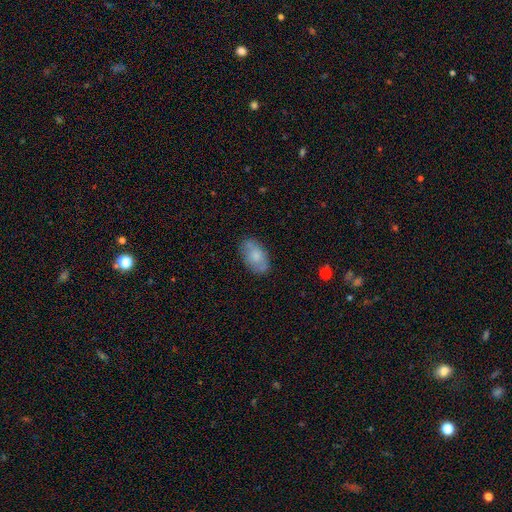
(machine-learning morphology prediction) smooth 69%, featured or disk 24%, star or artifact 7%. Down the decision tree: how rounded — in between (92%); merging — none (77%).